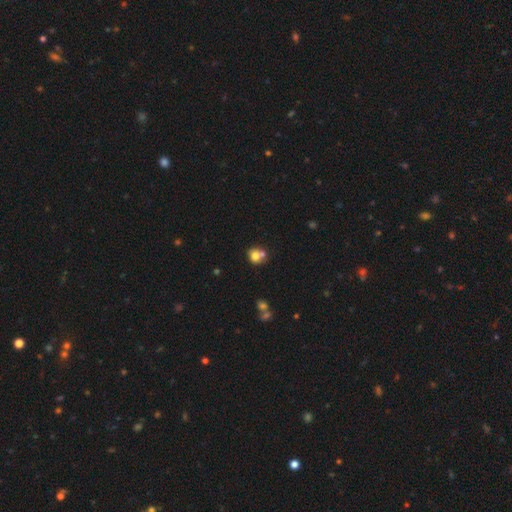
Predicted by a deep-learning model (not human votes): Smooth or featured? Predicted: smooth (p=0.73). How rounded? Predicted: round (p=0.77). Merging? Predicted: merger (p=0.46).